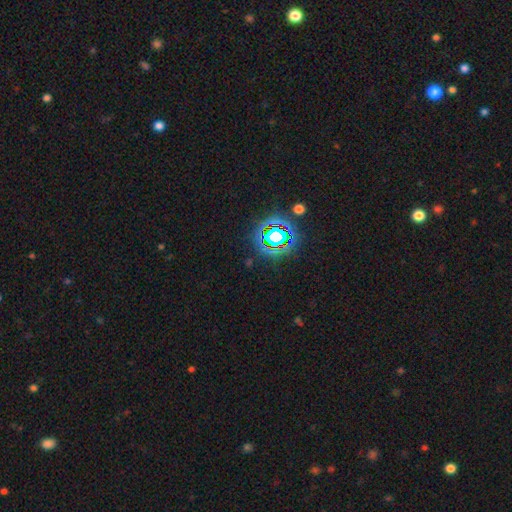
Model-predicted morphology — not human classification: The model was most divided on "smooth or featured": star or artifact: 78%, smooth: 13%, featured or disk: 8%.